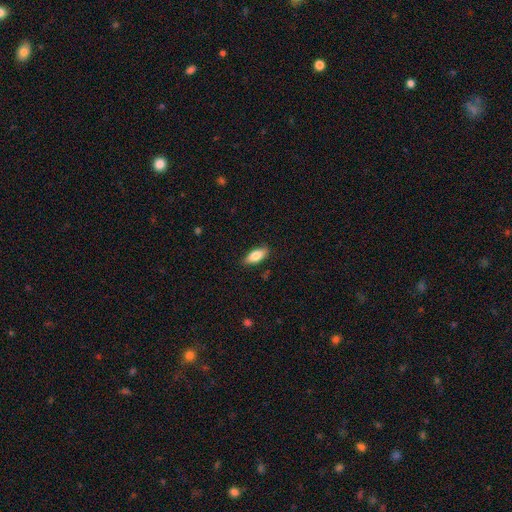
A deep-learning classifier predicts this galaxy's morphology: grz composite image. It shows a smooth galaxy with no disk features (80%) that is in between round and cigar-shaped (81%). Merging: none (85%).